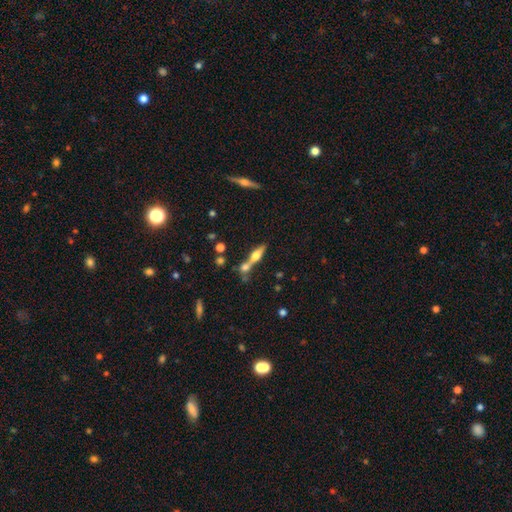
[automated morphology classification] This is possibly a featured or disk galaxy (53%). It is clearly viewed edge-on (88%). Merging: marginally none (44%).